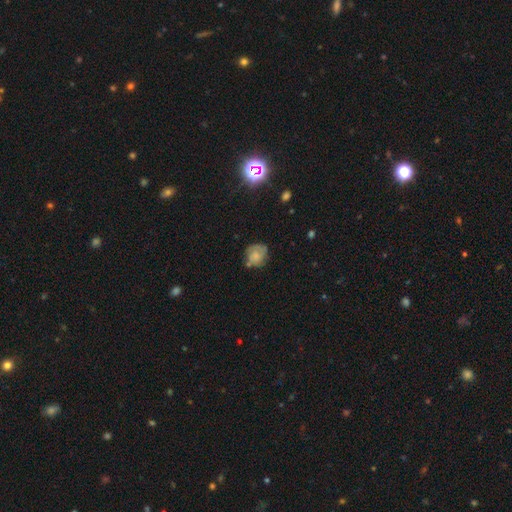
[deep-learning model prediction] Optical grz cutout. It shows a smooth galaxy with no disk features (55%) that is round (70%). Merging: none (57%).